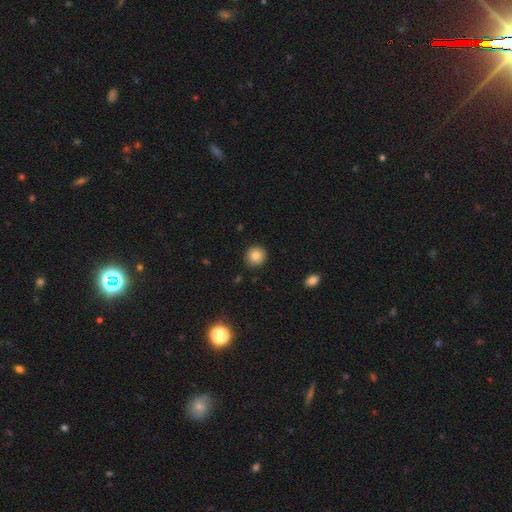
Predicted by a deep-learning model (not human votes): Smooth or featured? Predicted: smooth (p=0.84). How rounded? Predicted: round (p=0.92). Merging? Predicted: none (p=0.90).